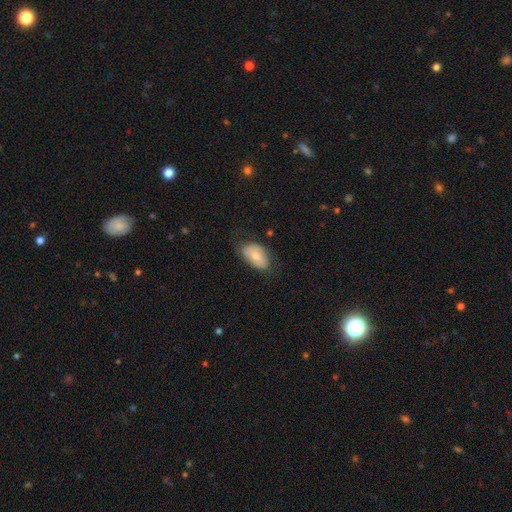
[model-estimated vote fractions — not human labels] smooth_or_featured: smooth (p=0.67) [alt: featured or disk p=0.26]
how_rounded: in between (p=0.92) [alt: round p=0.07]
merging: none (p=0.63) [alt: minor disturbance p=0.28]